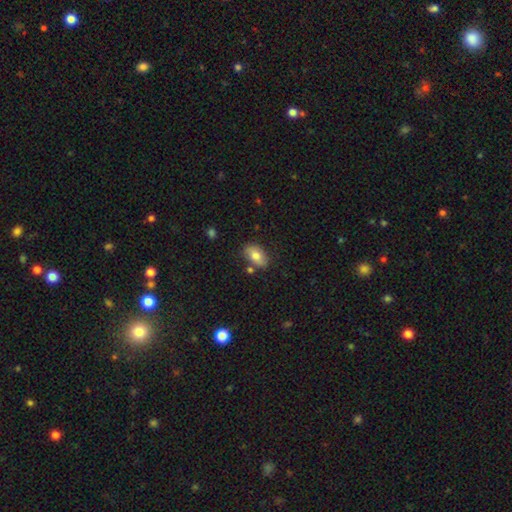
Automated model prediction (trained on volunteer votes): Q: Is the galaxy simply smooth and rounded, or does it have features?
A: smooth — 78%.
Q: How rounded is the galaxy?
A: in between — 90%.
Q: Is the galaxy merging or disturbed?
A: none — 75%.